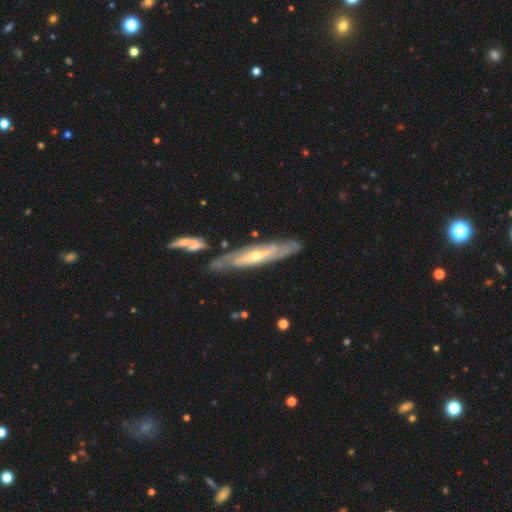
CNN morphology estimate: A featured or disk galaxy (79%).

Vote fractions:
- Smooth or featured? featured or disk: 79% / smooth: 16% / star or artifact: 5%
- Edge-on disk? no: 57% / yes: 43%
- Merging? none: 76% / minor disturbance: 14% / merger: 6% / major disturbance: 4%